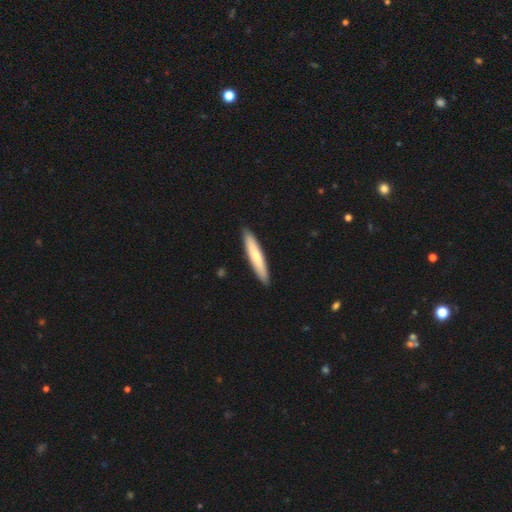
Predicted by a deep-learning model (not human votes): smooth 70%, featured or disk 26%, star or artifact 5%. Down the decision tree: how rounded — cigar-shaped (90%); merging — none (90%).